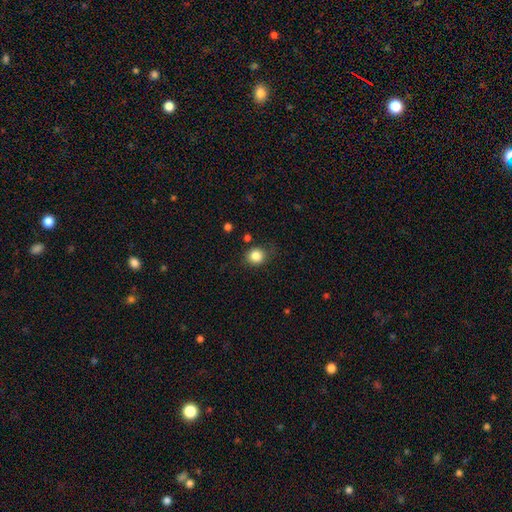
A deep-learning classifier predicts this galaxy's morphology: type=smooth (84%); roundness=round (83%); merging=none (79%).